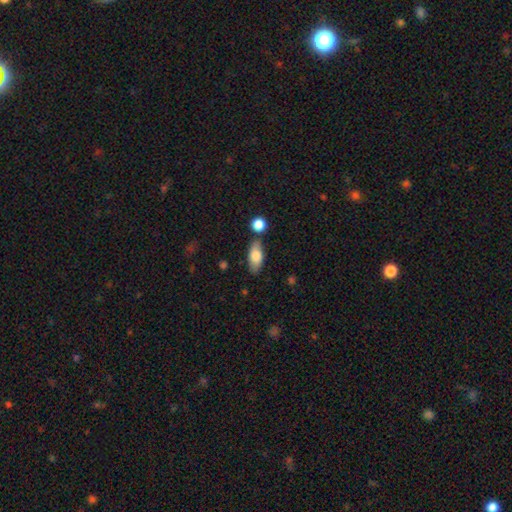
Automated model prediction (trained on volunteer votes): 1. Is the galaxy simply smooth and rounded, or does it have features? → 80% smooth, 14% featured or disk, 6% star or artifact.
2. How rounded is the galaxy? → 87% in between, 10% cigar-shaped, 3% round.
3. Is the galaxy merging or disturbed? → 73% none, 15% minor disturbance, 9% merger, 3% major disturbance.